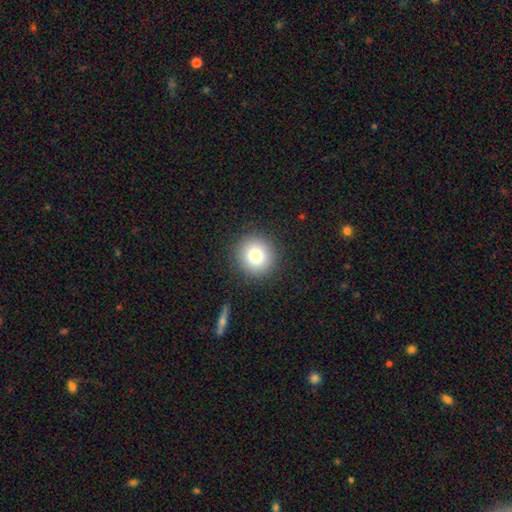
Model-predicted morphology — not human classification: A smooth galaxy with no disk features (78%) that is round (92%). Merging: none (91%).